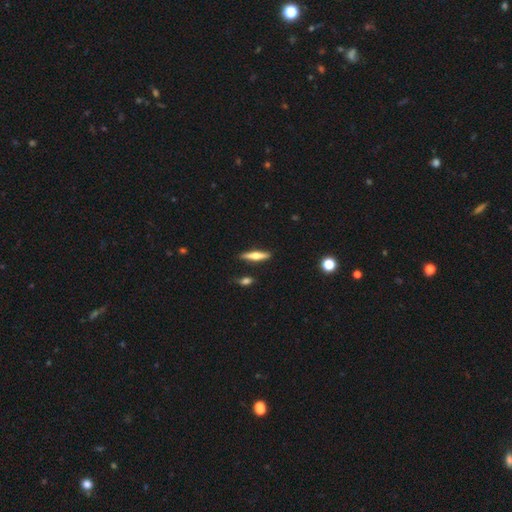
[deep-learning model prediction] Smooth or featured?
  - smooth: 49% *
  - featured or disk: 46%
  - star or artifact: 6%
Merging?
  - none: 84% *
  - minor disturbance: 10%
  - merger: 3%
  - major disturbance: 2%